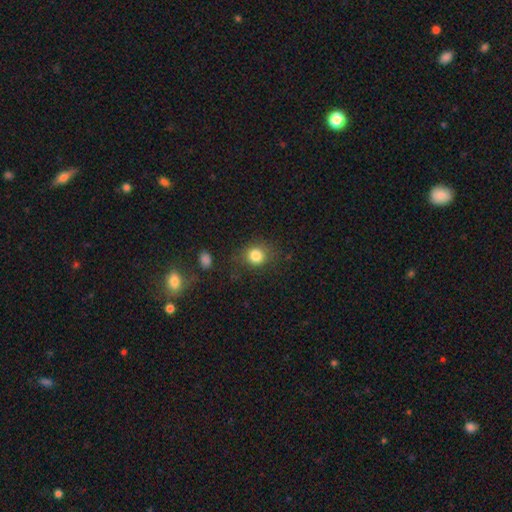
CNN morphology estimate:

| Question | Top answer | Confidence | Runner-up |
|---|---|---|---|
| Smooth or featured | smooth | 83% | star or artifact (11%) |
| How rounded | round | 77% | in between (22%) |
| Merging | none | 77% | minor disturbance (15%) |